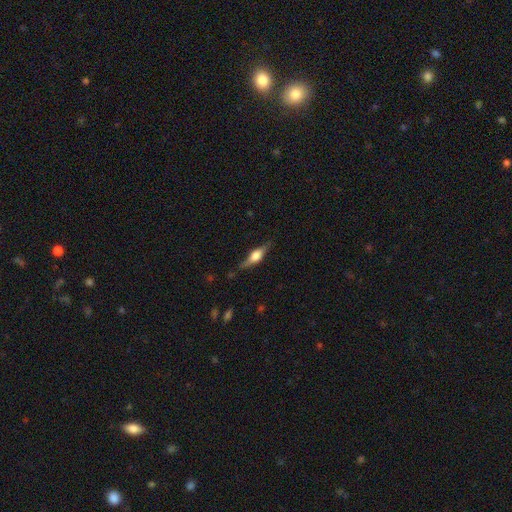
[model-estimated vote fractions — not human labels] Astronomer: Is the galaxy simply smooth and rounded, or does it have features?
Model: featured or disk — 62%.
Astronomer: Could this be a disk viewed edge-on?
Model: yes — 94%.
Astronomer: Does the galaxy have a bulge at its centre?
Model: rounded — 88%.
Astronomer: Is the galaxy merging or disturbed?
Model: none — 75%.